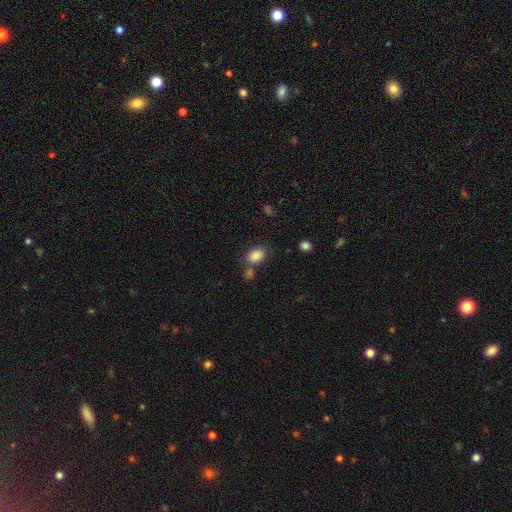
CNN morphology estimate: smooth_or_featured: smooth (p=0.86) [alt: star or artifact p=0.09]
how_rounded: in between (p=0.79) [alt: round p=0.20]
merging: none (p=0.64) [alt: merger p=0.19]